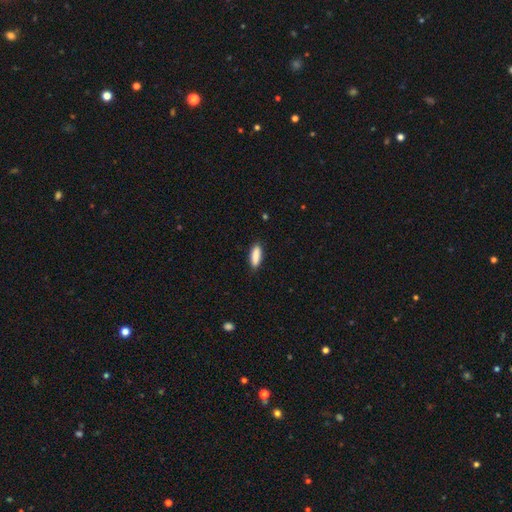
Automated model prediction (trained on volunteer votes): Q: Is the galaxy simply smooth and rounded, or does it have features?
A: smooth — 89%.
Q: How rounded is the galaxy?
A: in between — 59%.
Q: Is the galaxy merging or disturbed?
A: none — 86%.